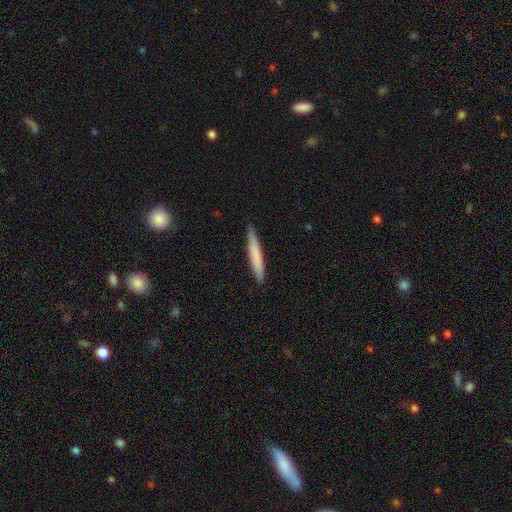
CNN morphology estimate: Smooth or featured? Predicted: smooth (p=0.72). How rounded? Predicted: cigar-shaped (p=0.95). Merging? Predicted: none (p=0.89).